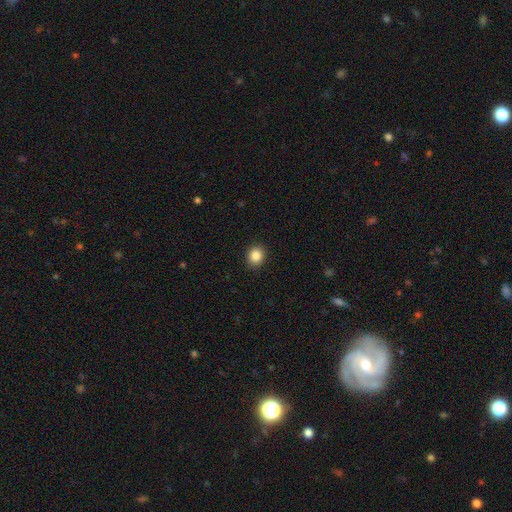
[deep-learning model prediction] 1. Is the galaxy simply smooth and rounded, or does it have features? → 86% smooth, 10% star or artifact, 4% featured or disk.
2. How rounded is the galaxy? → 72% round, 27% in between, 1% cigar-shaped.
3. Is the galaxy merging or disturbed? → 91% none, 6% minor disturbance, 2% major disturbance, 1% merger.